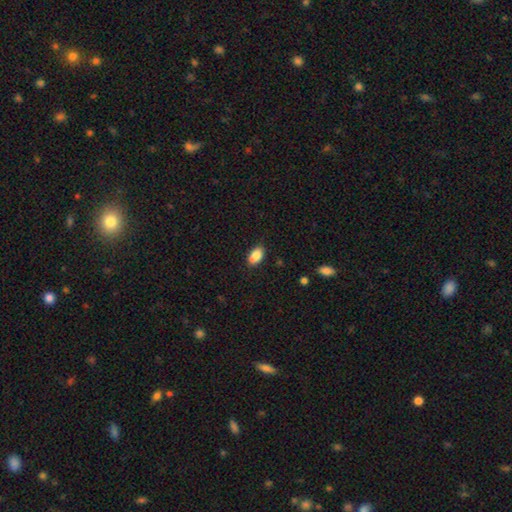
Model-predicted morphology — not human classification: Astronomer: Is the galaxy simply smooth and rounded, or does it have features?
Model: smooth — 87%.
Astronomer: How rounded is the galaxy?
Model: in between — 92%.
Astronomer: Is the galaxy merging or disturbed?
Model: none — 84%.